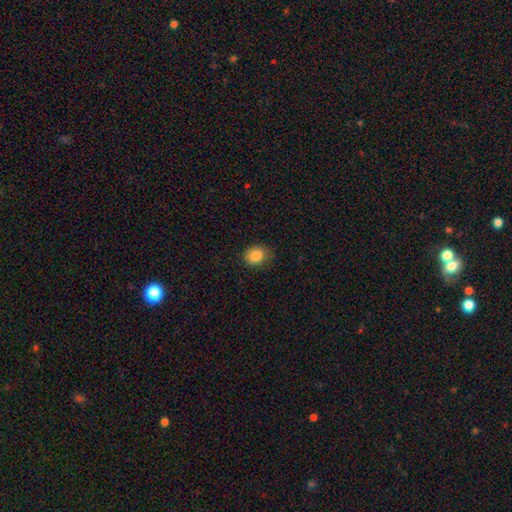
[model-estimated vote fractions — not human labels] smooth-or-featured: smooth: 86% | star or artifact: 9% | featured or disk: 5%
  how-rounded: round: 54% | in between: 45% | cigar-shaped: 1%
  merging: none: 83% | minor disturbance: 13% | major disturbance: 3% | merger: 1%